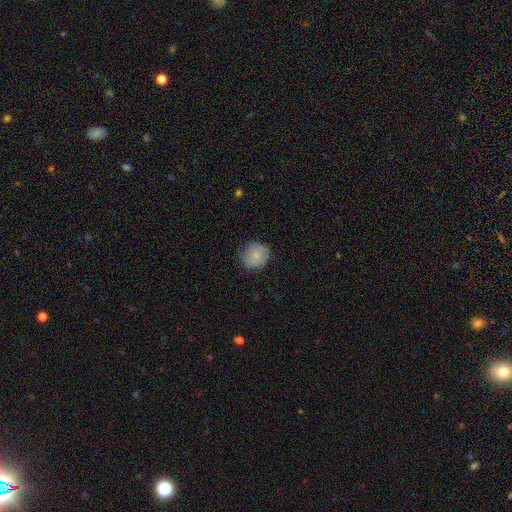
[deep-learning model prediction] Overall: smooth (76%). How rounded: round (84%). Merging: none (75%).